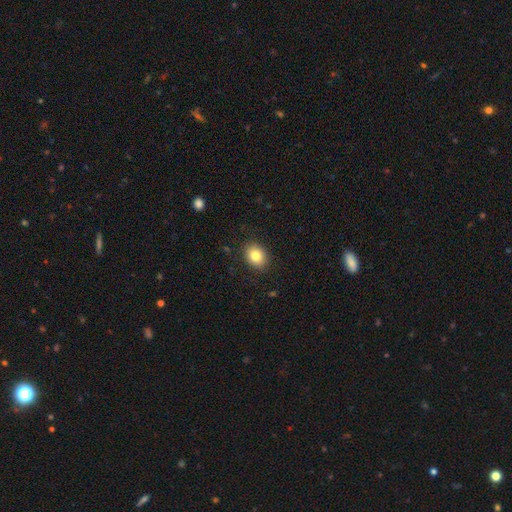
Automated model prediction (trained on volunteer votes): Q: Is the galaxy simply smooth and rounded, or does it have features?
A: smooth — 83%.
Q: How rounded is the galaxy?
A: in between — 57%.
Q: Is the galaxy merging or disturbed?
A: none — 88%.